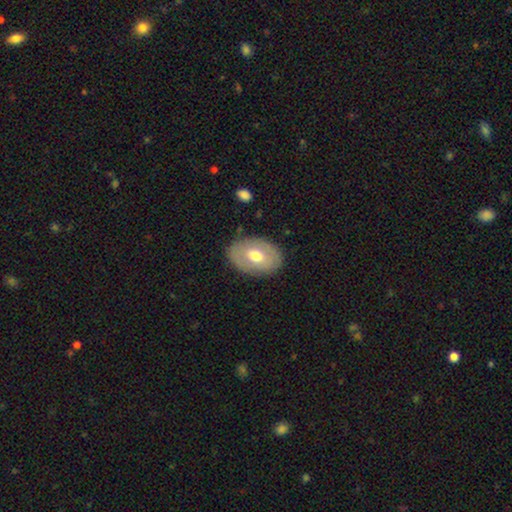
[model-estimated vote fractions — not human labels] smooth_or_featured: smooth (p=0.56) [alt: featured or disk p=0.38]
how_rounded: in between (p=0.82) [alt: round p=0.17]
merging: none (p=0.83) [alt: minor disturbance p=0.12]